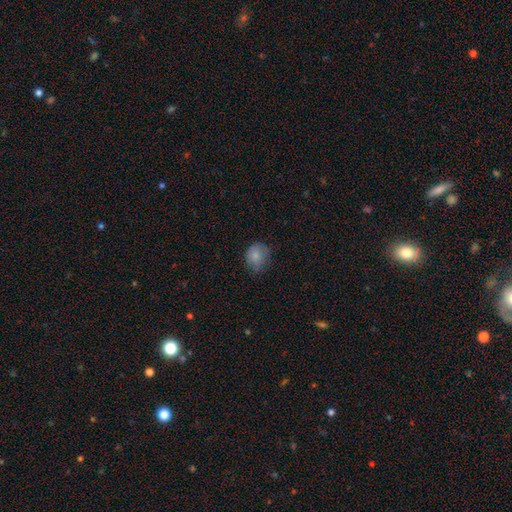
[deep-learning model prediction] Smooth or featured: smooth — 82% (featured or disk — 9%)
How rounded: round — 66% (in between — 33%)
Merging: none — 66% (minor disturbance — 26%)